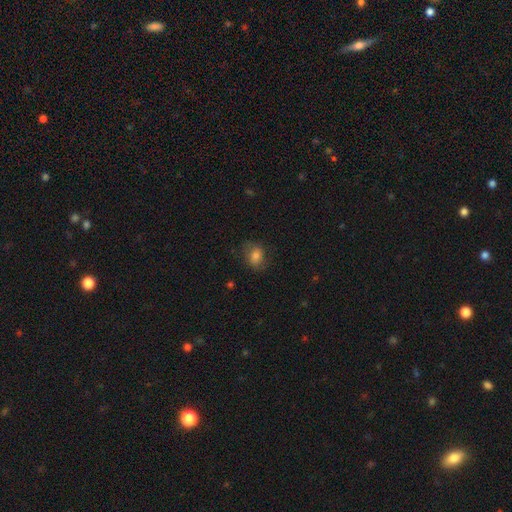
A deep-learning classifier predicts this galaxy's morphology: Smooth or featured? Predicted: smooth (p=0.77). How rounded? Predicted: in between (p=0.53). Merging? Predicted: none (p=0.71).